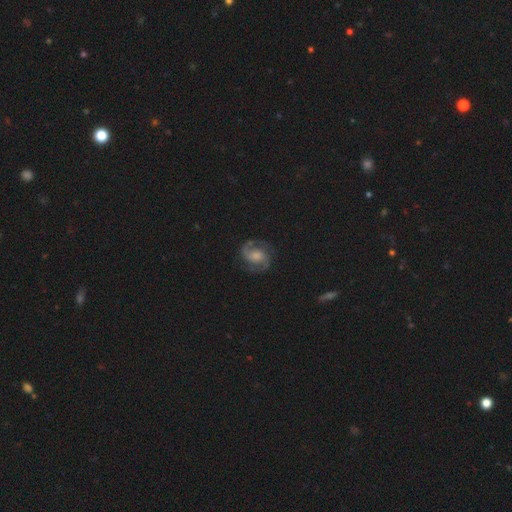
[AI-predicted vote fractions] This appears to be a featured or disk galaxy (88%) with no bar (50%), 2 (92%) medium (59%) spiral arms (98%) and a moderate central bulge (37%). Merging: none (80%).